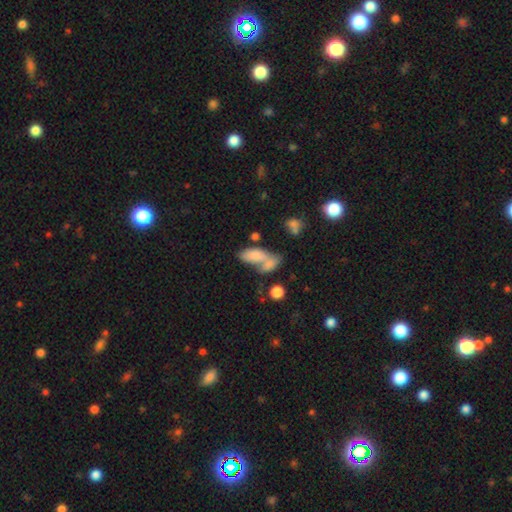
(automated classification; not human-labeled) Morphology: type=smooth (74%); roundness=in between (84%); merging=merger (53%).